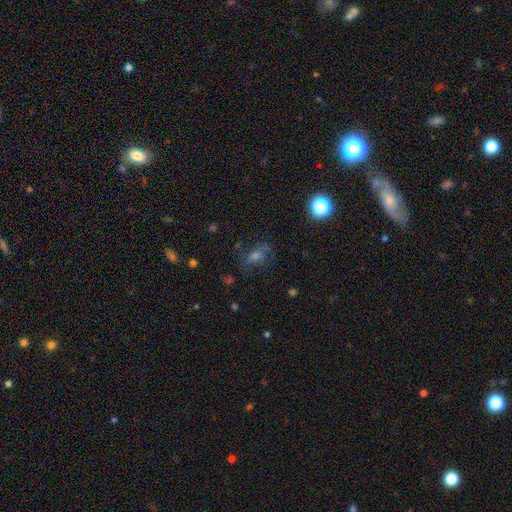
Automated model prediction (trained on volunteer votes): A smooth galaxy with no disk features (40%). Merging: none (64%).